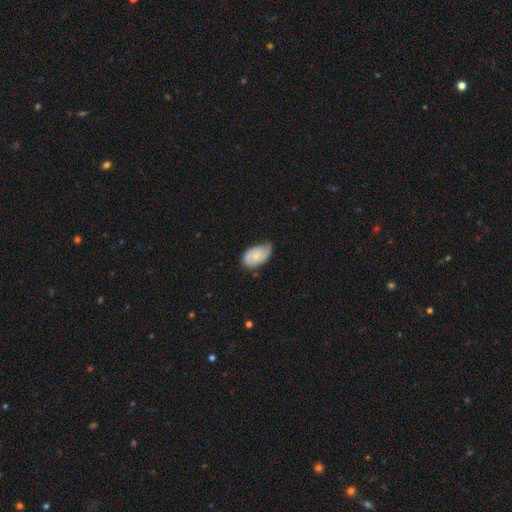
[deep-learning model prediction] A smooth galaxy with no disk features (55%) that is in between round and cigar-shaped (92%). Merging: minor disturbance (45%).